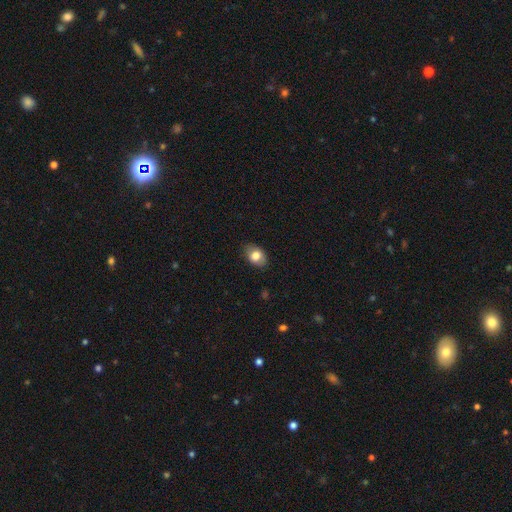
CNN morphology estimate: Smooth or featured? Predicted: smooth (p=0.78). How rounded? Predicted: in between (p=0.79). Merging? Predicted: none (p=0.83).